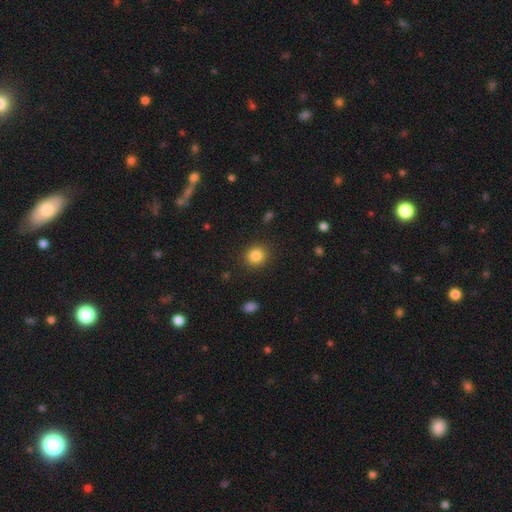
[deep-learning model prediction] Overall: smooth (85%). How rounded: round (83%). Merging: none (89%).